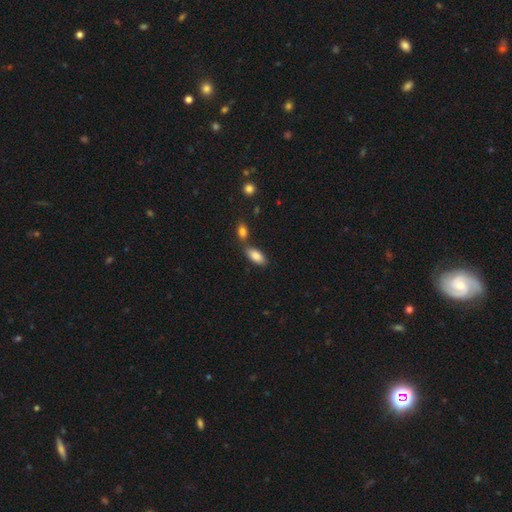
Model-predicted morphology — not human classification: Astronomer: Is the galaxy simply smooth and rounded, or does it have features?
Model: smooth — 85%.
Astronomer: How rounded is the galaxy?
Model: in between — 88%.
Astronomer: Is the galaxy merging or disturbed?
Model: none — 56%.